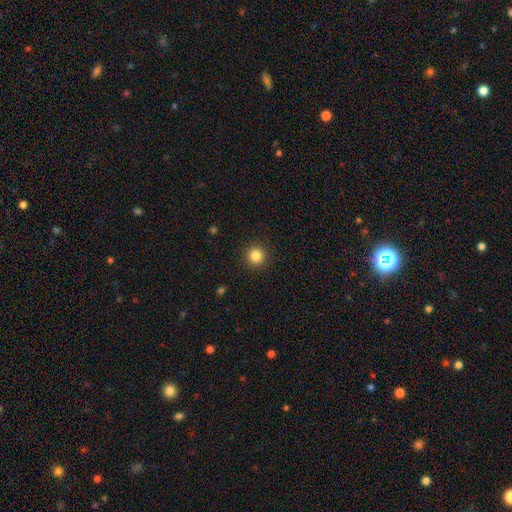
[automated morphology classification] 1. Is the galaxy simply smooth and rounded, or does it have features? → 84% smooth, 12% star or artifact, 5% featured or disk.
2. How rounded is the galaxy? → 95% round, 4% in between, 1% cigar-shaped.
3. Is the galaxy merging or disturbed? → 92% none, 5% minor disturbance, 2% major disturbance, 1% merger.